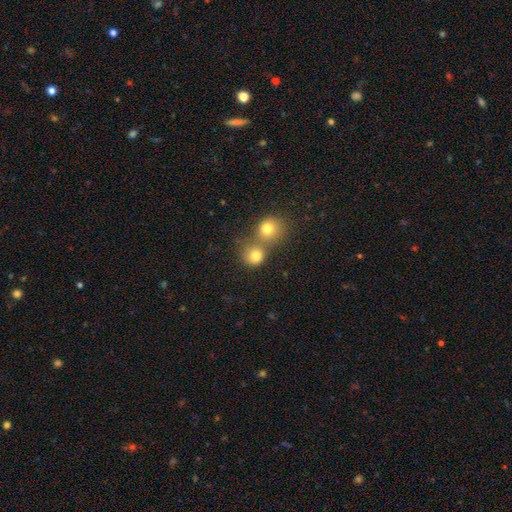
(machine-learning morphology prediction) smooth-or-featured: smooth: 79% | star or artifact: 12% | featured or disk: 9%
  how-rounded: round: 85% | in between: 14% | cigar-shaped: 1%
  merging: merger: 47% | none: 43% | minor disturbance: 7% | major disturbance: 3%